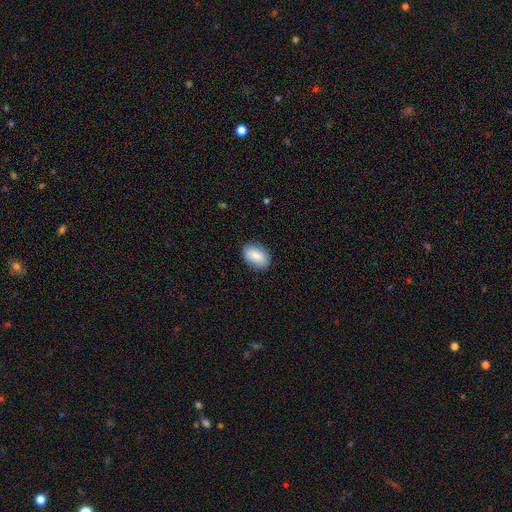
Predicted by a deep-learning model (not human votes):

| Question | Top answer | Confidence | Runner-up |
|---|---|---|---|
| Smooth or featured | smooth | 84% | featured or disk (10%) |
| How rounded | in between | 87% | round (11%) |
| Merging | none | 85% | minor disturbance (11%) |